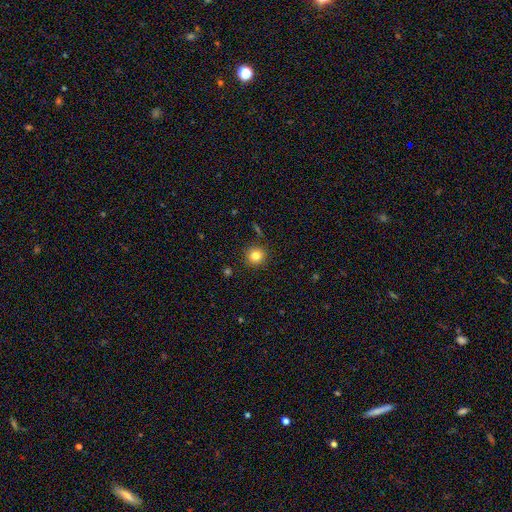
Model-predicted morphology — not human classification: Overall: smooth (81%). How rounded: round (94%). Merging: none (90%).